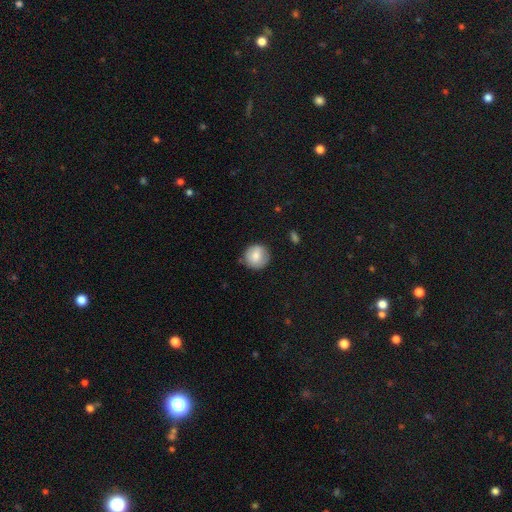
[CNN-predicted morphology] A smooth galaxy with no disk features (79%) that is round (92%). Merging: none (81%).